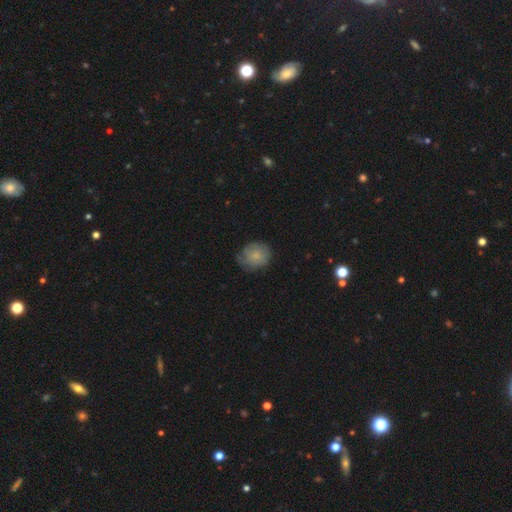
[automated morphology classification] A smooth galaxy with no disk features (72%) that is round (71%). Merging: none (61%).